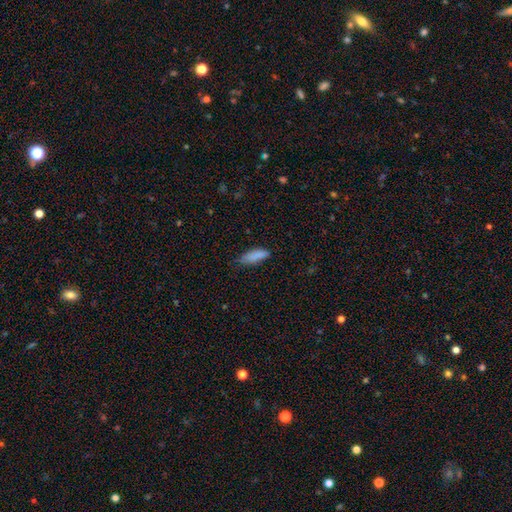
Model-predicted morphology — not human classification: smooth-or-featured: smooth: 86% | star or artifact: 8% | featured or disk: 7%
  how-rounded: in between: 63% | cigar-shaped: 35% | round: 2%
  merging: none: 65% | minor disturbance: 27% | major disturbance: 6% | merger: 2%